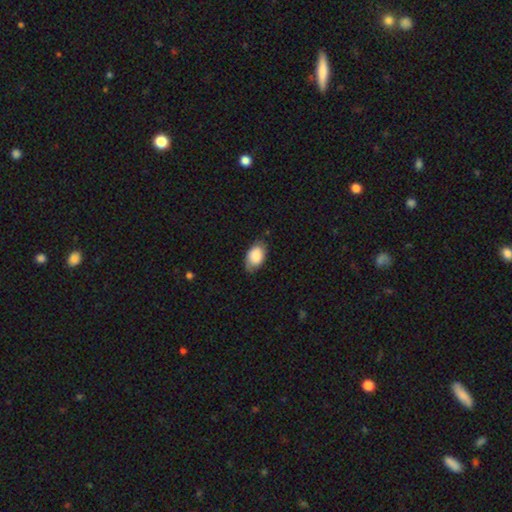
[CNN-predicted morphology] Smooth or featured?
  - smooth: 83% *
  - featured or disk: 11%
  - star or artifact: 7%
How rounded?
  - in between: 91% *
  - round: 8%
  - cigar-shaped: 1%
Merging?
  - none: 69% *
  - minor disturbance: 25%
  - major disturbance: 5%
  - merger: 1%